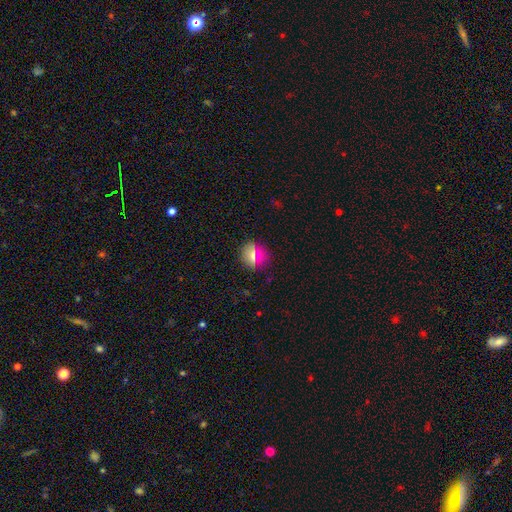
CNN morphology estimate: Smooth or featured: smooth — 66% (star or artifact — 19%)
How rounded: round — 85% (in between — 13%)
Merging: none — 87% (minor disturbance — 8%)